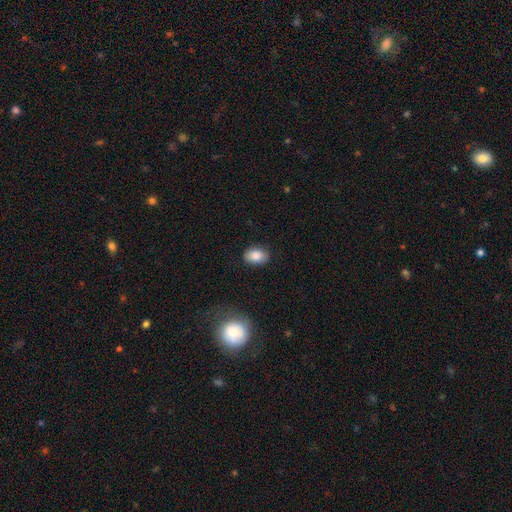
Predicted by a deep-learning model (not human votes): Smooth or featured? Predicted: smooth (p=0.86). How rounded? Predicted: in between (p=0.80). Merging? Predicted: none (p=0.86).